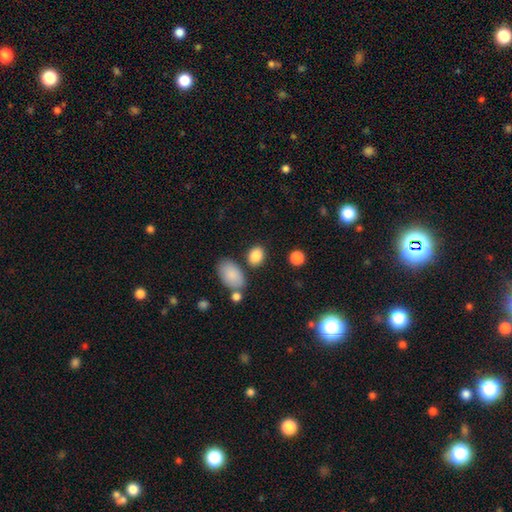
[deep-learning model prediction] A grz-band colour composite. It shows a smooth galaxy with no disk features (86%) that is in between round and cigar-shaped (63%). Merging: none (76%).